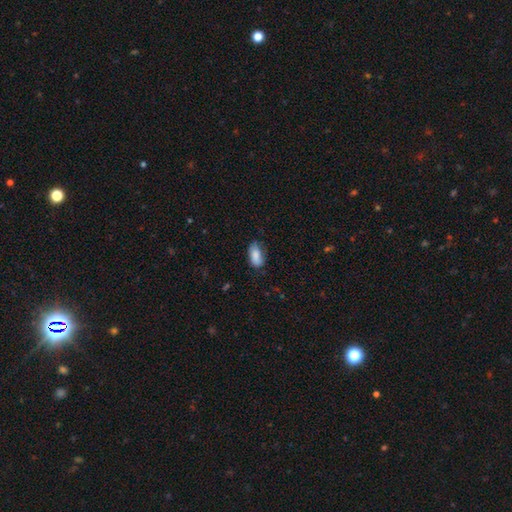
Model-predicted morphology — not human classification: A smooth galaxy with no disk features (85%) that is in between round and cigar-shaped (92%).

Vote fractions:
- Smooth or featured? smooth: 85% / featured or disk: 8% / star or artifact: 7%
- How rounded? in between: 92% / cigar-shaped: 4% / round: 4%
- Merging? none: 67% / minor disturbance: 26% / major disturbance: 6% / merger: 2%